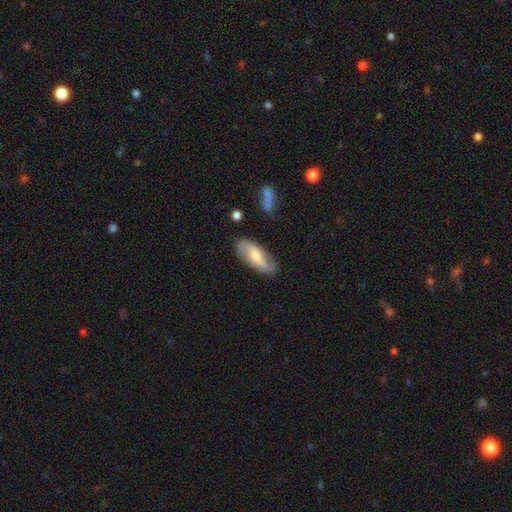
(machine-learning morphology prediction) This appears to be a featured or disk galaxy (51%). Merging: none (77%).